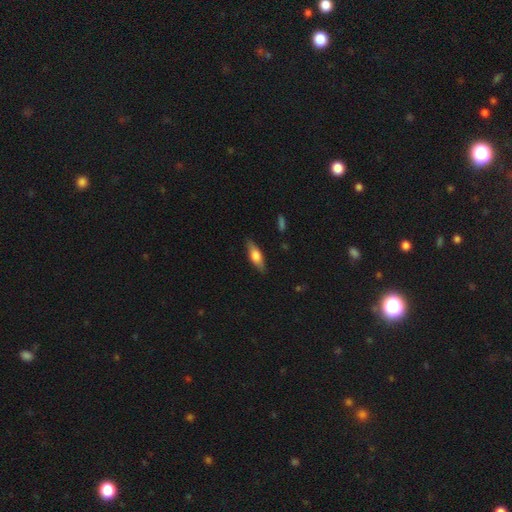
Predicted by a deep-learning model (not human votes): Overall: smooth (58%; featured or disk 36%). How rounded: in between (57%; cigar-shaped 40%). Merging: none (84%).